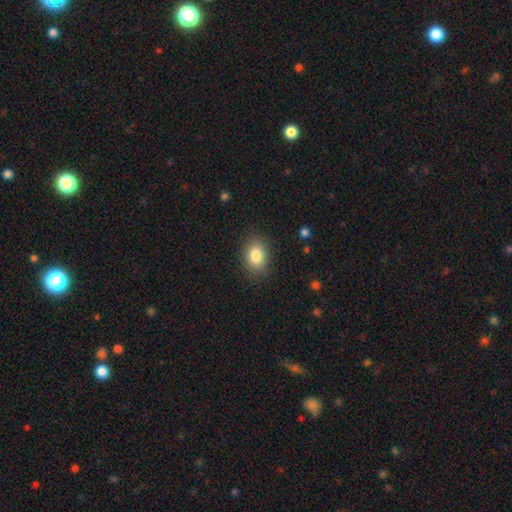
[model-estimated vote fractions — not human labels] smooth 84%, star or artifact 9%, featured or disk 7%. Down the decision tree: how rounded — in between (78%); merging — none (86%).